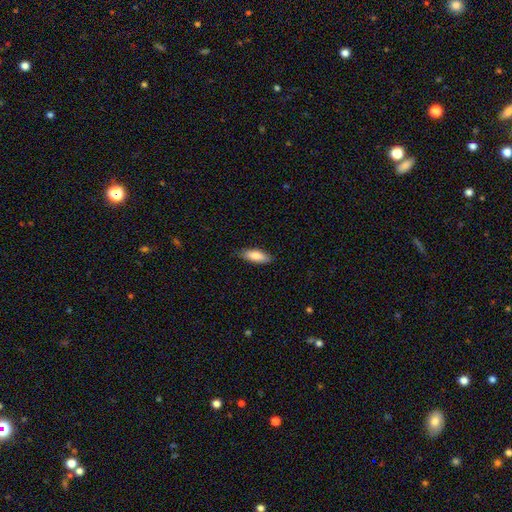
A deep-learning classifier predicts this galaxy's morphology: Smooth or featured: smooth — 83% (featured or disk — 11%)
How rounded: in between — 64% (cigar-shaped — 34%)
Merging: none — 83% (minor disturbance — 14%)